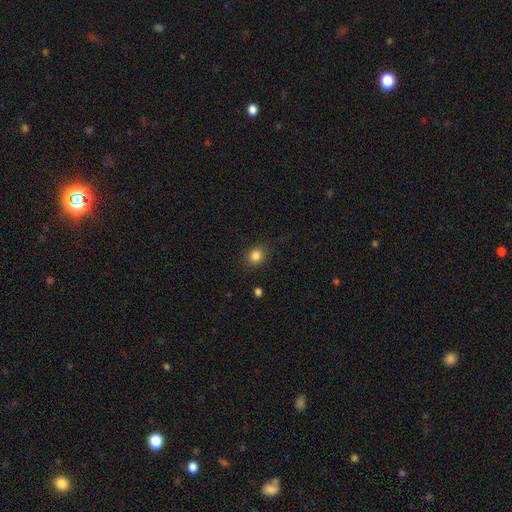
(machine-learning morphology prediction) smooth-or-featured: smooth: 84% | star or artifact: 11% | featured or disk: 5%
  how-rounded: round: 72% | in between: 27% | cigar-shaped: 1%
  merging: none: 86% | minor disturbance: 10% | major disturbance: 3% | merger: 1%